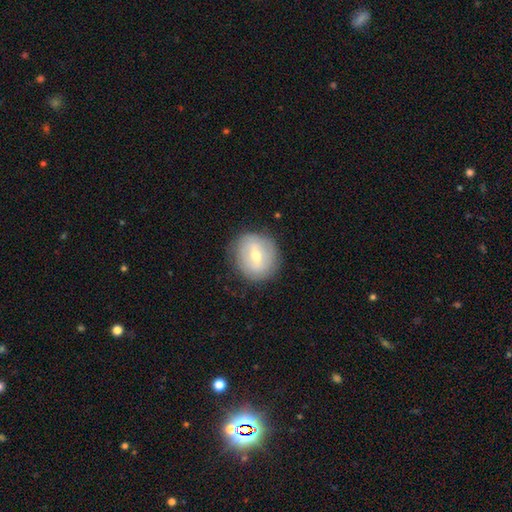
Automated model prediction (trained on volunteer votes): Smooth or featured? Predicted: smooth (p=0.47). Merging? Predicted: none (p=0.81).